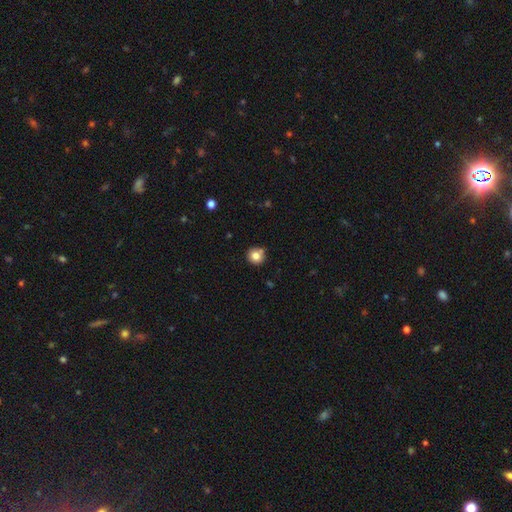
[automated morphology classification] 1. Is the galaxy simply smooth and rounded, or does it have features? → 81% smooth, 11% star or artifact, 8% featured or disk.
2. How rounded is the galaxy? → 92% round, 7% in between, 1% cigar-shaped.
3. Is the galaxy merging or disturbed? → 76% none, 12% minor disturbance, 9% merger, 3% major disturbance.